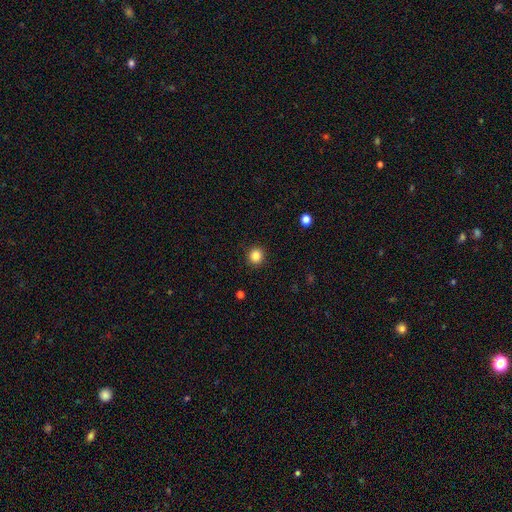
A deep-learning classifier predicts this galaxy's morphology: smooth 84%, star or artifact 11%, featured or disk 4%. Down the decision tree: how rounded — round (91%); merging — none (91%).